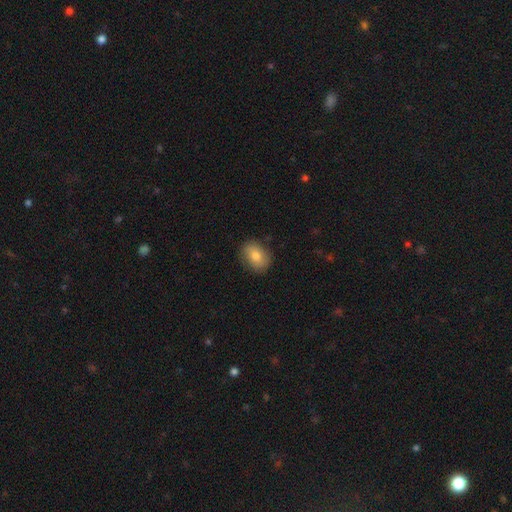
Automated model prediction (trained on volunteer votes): smooth_or_featured: smooth (p=0.77) [alt: featured or disk p=0.15]
how_rounded: in between (p=0.67) [alt: round p=0.32]
merging: none (p=0.84) [alt: minor disturbance p=0.12]